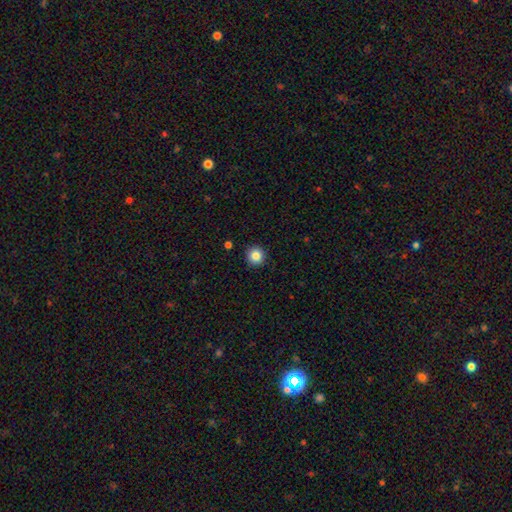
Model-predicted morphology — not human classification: Q: Smooth or featured?
A: smooth (85%); runner-up: star or artifact (10%)
Q: How rounded?
A: round (95%); runner-up: in between (4%)
Q: Merging?
A: none (92%); runner-up: minor disturbance (5%)